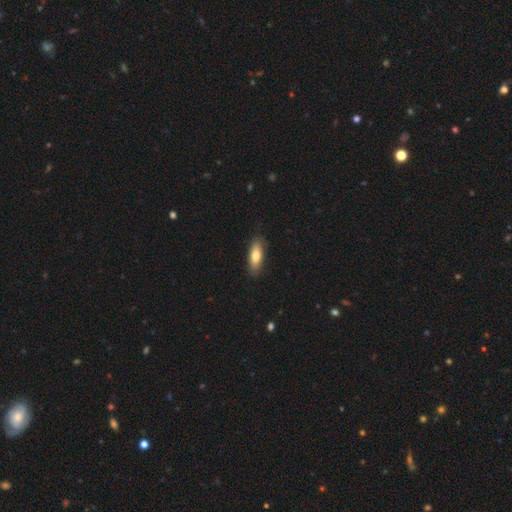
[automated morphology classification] Overall: smooth (77%). How rounded: in between (65%; cigar-shaped 33%). Merging: none (86%).